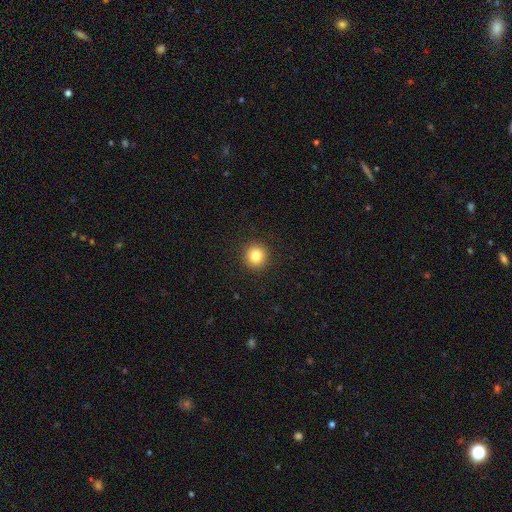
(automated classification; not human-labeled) Smooth or featured: smooth — 82% (star or artifact — 11%)
How rounded: round — 94% (in between — 5%)
Merging: none — 92% (minor disturbance — 5%)